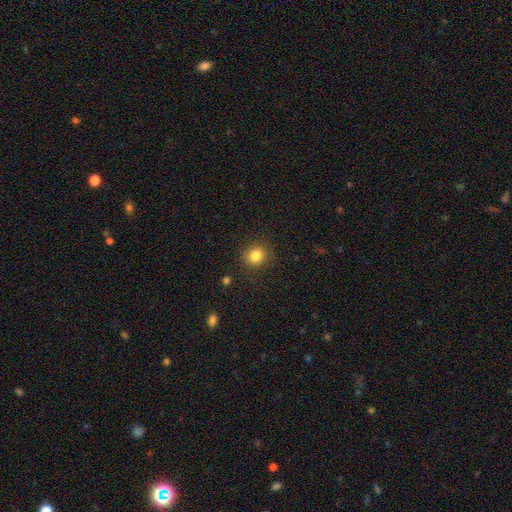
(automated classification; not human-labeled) Q: Smooth or featured?
A: smooth (83%); runner-up: star or artifact (11%)
Q: How rounded?
A: round (82%); runner-up: in between (17%)
Q: Merging?
A: none (87%); runner-up: minor disturbance (9%)